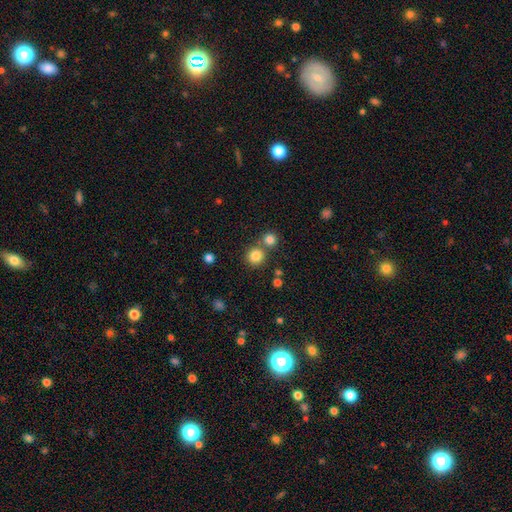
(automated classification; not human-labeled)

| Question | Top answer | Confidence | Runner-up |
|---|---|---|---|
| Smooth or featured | smooth | 82% | star or artifact (12%) |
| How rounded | round | 92% | in between (7%) |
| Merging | none | 69% | merger (22%) |